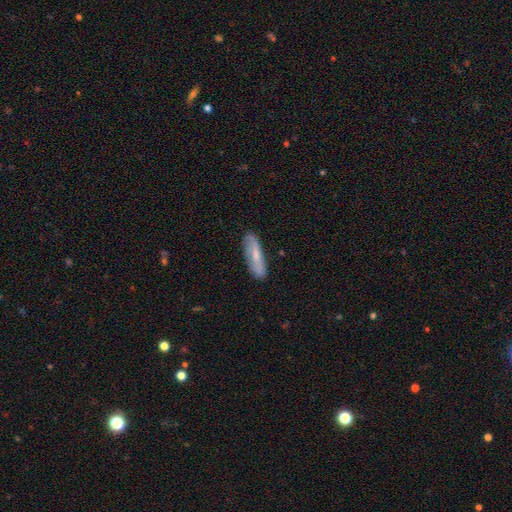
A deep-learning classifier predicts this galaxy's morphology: The model was most divided on "smooth or featured": smooth: 55%, featured or disk: 38%, star or artifact: 6%. More confident: merging — none (84%); how rounded — cigar-shaped (61%).